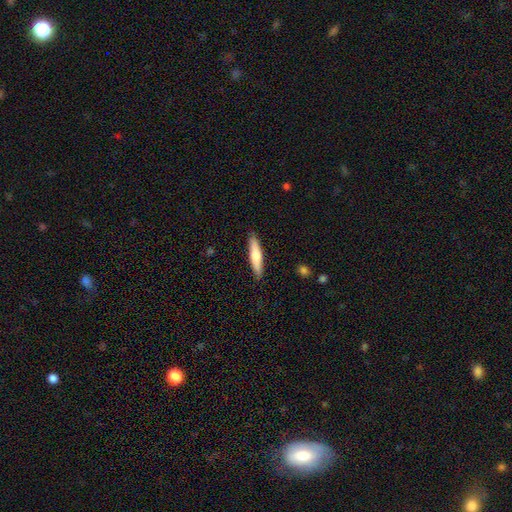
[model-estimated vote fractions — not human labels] smooth 69%, featured or disk 26%, star or artifact 5%. Down the decision tree: how rounded — cigar-shaped (85%); merging — none (90%).